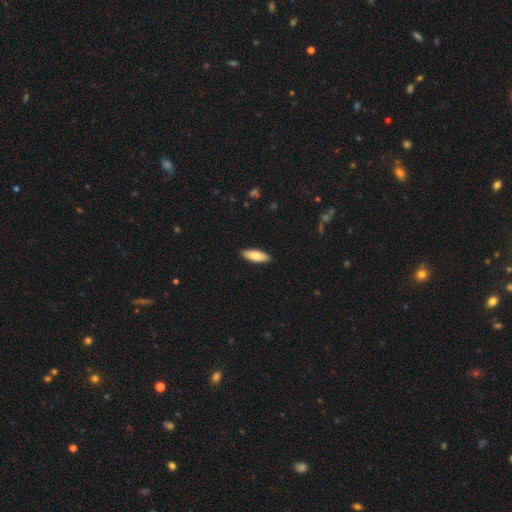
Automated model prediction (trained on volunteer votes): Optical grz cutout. It shows a smooth galaxy with no disk features (82%) that is in between round and cigar-shaped (67%). Merging: none (90%).